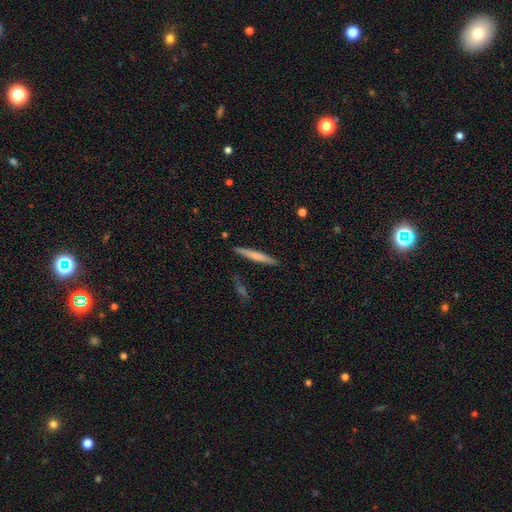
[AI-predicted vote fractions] smooth 59%, featured or disk 36%, star or artifact 6%. Down the decision tree: how rounded — cigar-shaped (96%); merging — none (88%).